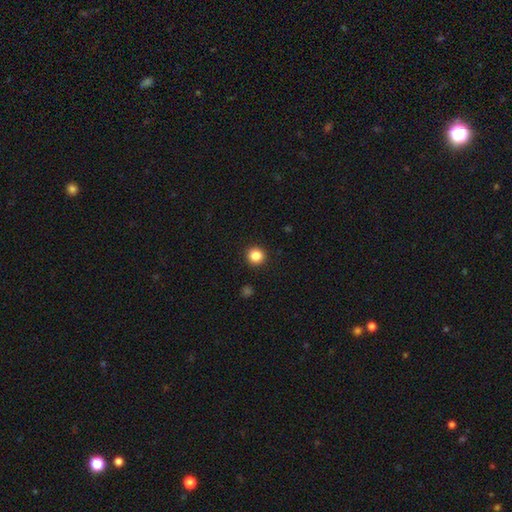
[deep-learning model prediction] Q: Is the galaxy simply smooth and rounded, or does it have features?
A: smooth — 86%.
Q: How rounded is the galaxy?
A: round — 94%.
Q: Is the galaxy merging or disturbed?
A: none — 92%.